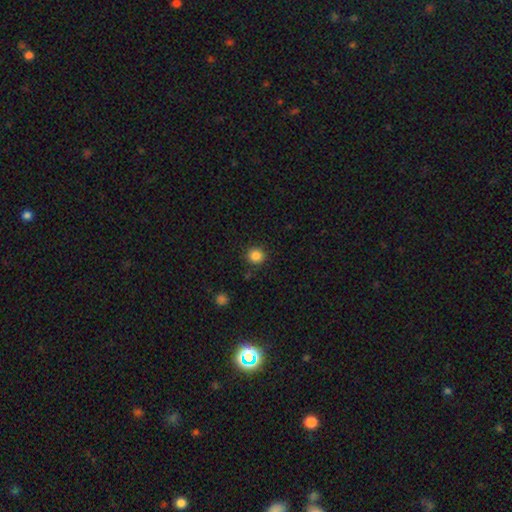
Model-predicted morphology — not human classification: A smooth galaxy with no disk features (86%) that is round (90%).

Vote fractions:
- Smooth or featured? smooth: 86% / star or artifact: 11% / featured or disk: 3%
- How rounded? round: 90% / in between: 9% / cigar-shaped: 1%
- Merging? none: 89% / minor disturbance: 7% / major disturbance: 2% / merger: 2%